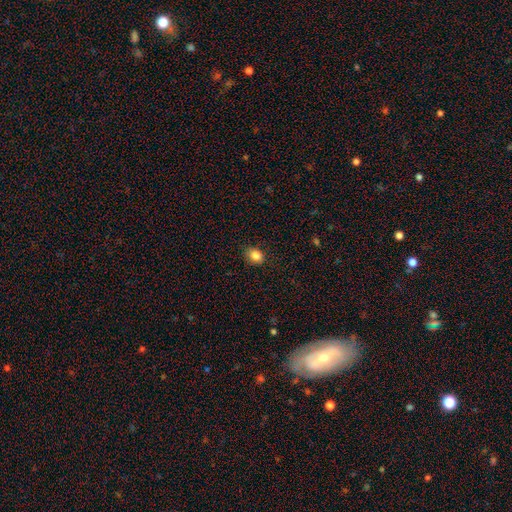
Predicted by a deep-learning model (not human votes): Smooth or featured? Predicted: smooth (p=0.85). How rounded? Predicted: in between (p=0.50). Merging? Predicted: none (p=0.87).